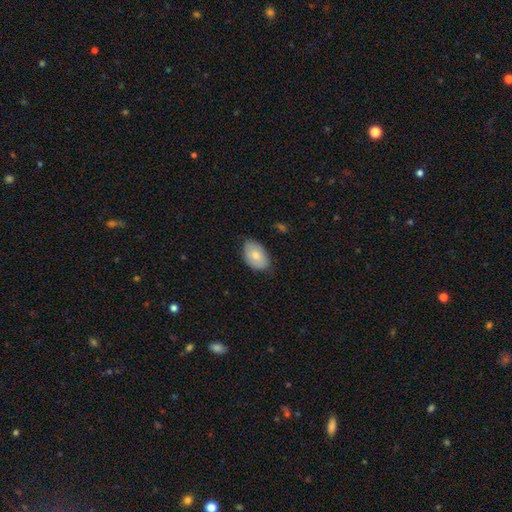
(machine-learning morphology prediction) This is likely a smooth galaxy (76%). How rounded: clearly in between (89%). Merging: likely none (75%).